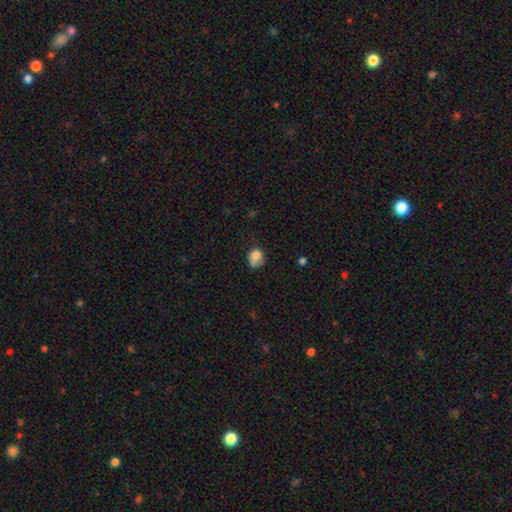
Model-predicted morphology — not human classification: smooth_or_featured: smooth (p=0.76) [alt: featured or disk p=0.14]
how_rounded: round (p=0.59) [alt: in between p=0.40]
merging: none (p=0.37) [alt: minor disturbance p=0.31]